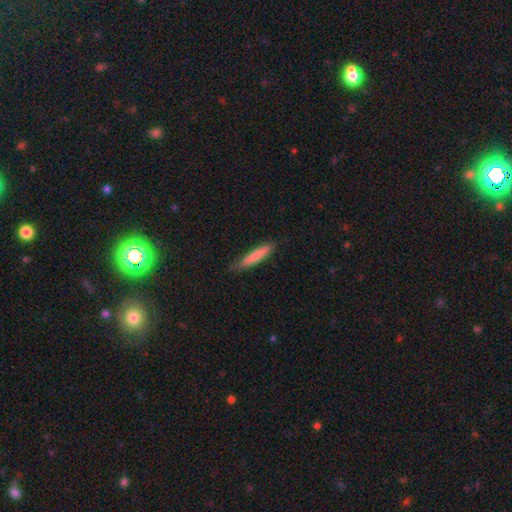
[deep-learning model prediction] This is clearly a smooth galaxy (82%). How rounded: clearly cigar-shaped (88%). Merging: likely none (78%).